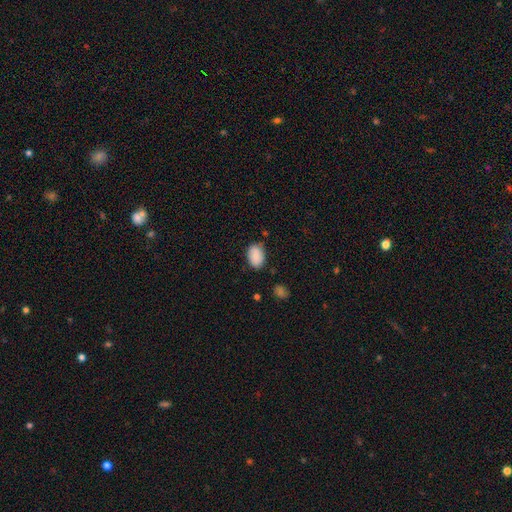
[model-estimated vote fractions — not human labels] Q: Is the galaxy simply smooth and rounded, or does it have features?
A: smooth — 88%.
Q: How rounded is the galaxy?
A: in between — 87%.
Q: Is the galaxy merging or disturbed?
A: none — 77%.